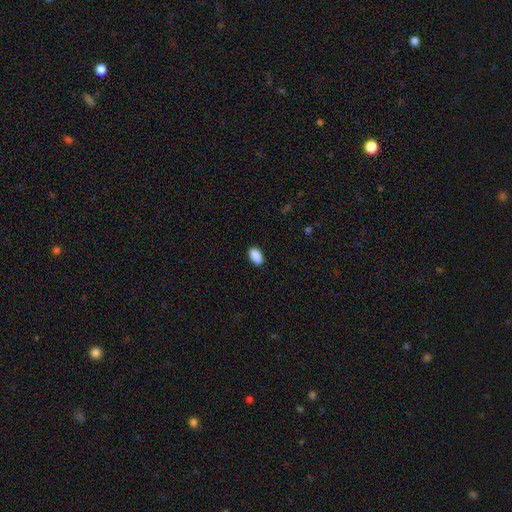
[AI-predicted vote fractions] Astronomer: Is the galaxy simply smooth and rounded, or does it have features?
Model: smooth — 90%.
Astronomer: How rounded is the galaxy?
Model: in between — 93%.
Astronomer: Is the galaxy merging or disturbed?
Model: none — 89%.